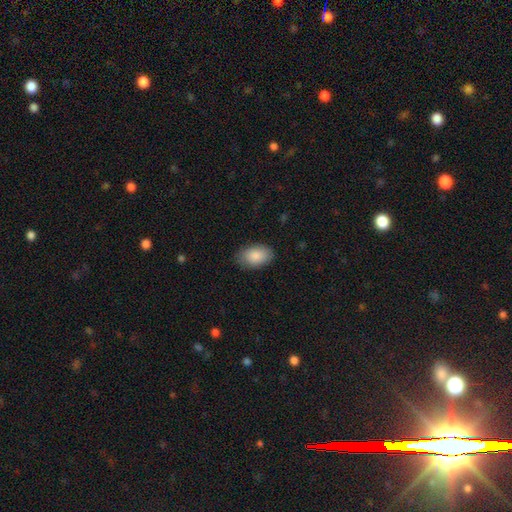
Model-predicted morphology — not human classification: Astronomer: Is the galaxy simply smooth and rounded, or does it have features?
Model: smooth — 88%.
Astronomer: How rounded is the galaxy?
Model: in between — 91%.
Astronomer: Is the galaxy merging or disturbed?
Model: none — 82%.